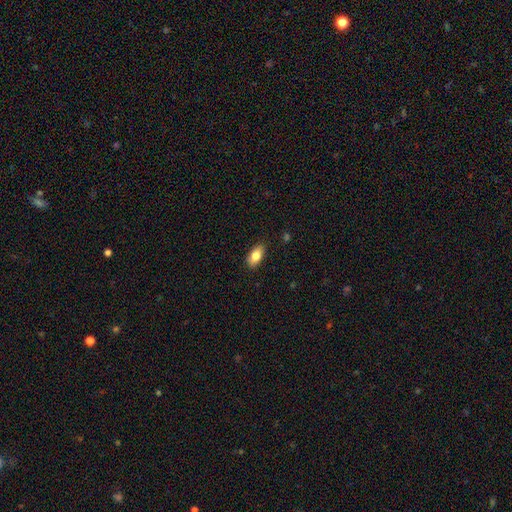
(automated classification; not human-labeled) Smooth or featured: smooth — 82% (featured or disk — 11%)
How rounded: in between — 89% (cigar-shaped — 6%)
Merging: none — 86% (minor disturbance — 11%)